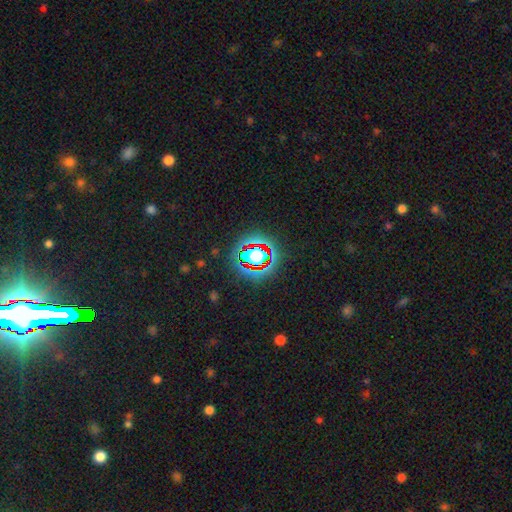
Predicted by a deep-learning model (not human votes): A star or artifact, not a galaxy (64%).

Vote fractions:
- Smooth or featured? star or artifact: 64% / smooth: 24% / featured or disk: 12%